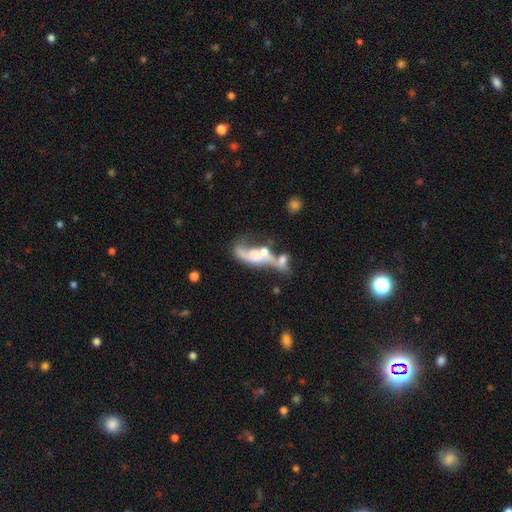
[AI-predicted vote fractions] Overall: featured or disk (60%; smooth 30%). Edge-on disk: no (88%). Bar: no (73%). Spiral arms: yes (51%; no 49%). Bulge size: none (35%; moderate 28%). Merging: merger (53%; major disturbance 22%).